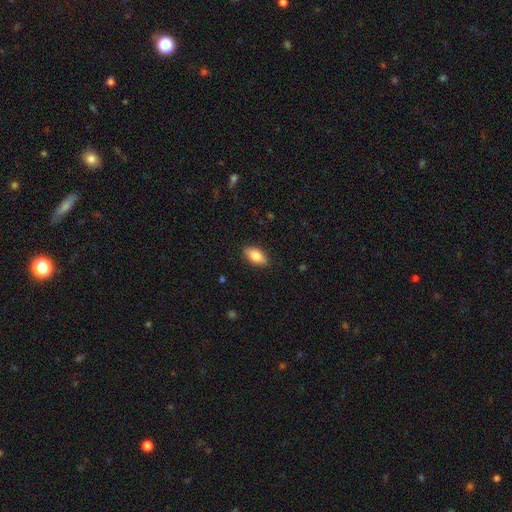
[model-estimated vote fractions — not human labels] This appears to be a smooth galaxy with no disk features (81%) that is in between round and cigar-shaped (89%). Merging: none (87%).